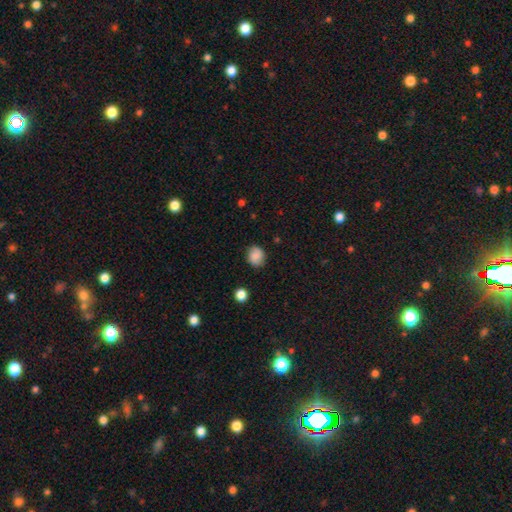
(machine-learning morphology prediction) smooth 83%, star or artifact 9%, featured or disk 8%. Down the decision tree: how rounded — round (62%); merging — none (81%).